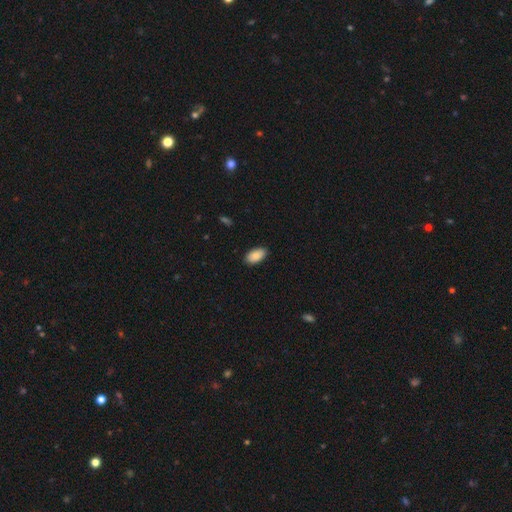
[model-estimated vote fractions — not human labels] A smooth galaxy with no disk features (89%) that is in between round and cigar-shaped (95%).

Vote fractions:
- Smooth or featured? smooth: 89% / star or artifact: 6% / featured or disk: 5%
- How rounded? in between: 95% / round: 2% / cigar-shaped: 2%
- Merging? none: 88% / minor disturbance: 9% / major disturbance: 2% / merger: 1%